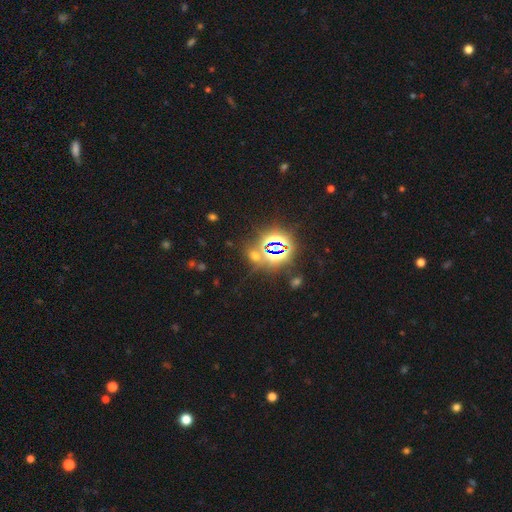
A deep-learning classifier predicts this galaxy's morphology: smooth-or-featured: star or artifact: 65% | smooth: 27% | featured or disk: 8%